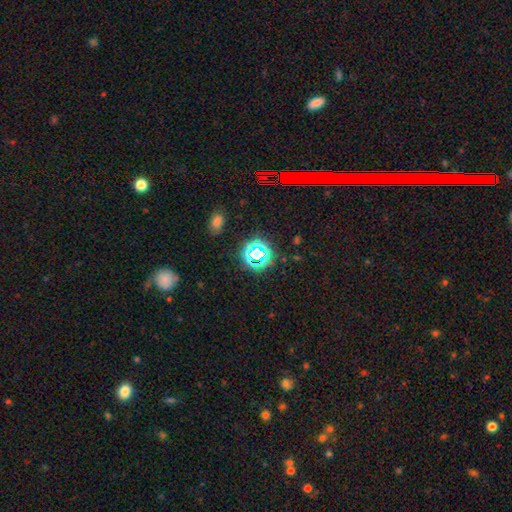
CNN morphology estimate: Q: Smooth or featured?
A: star or artifact (64%); runner-up: smooth (27%)